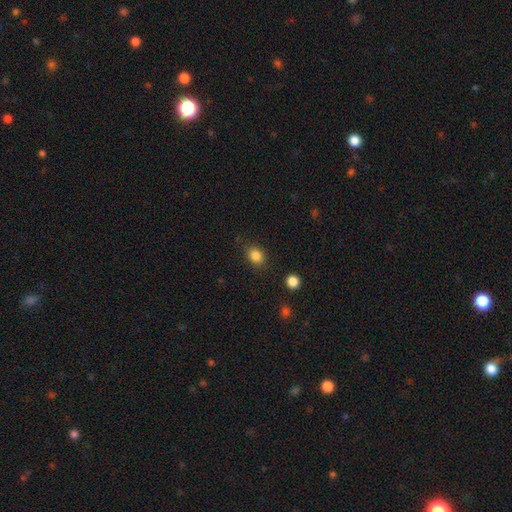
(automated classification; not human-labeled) Smooth or featured? Predicted: smooth (p=0.85). How rounded? Predicted: round (p=0.50). Merging? Predicted: none (p=0.81).